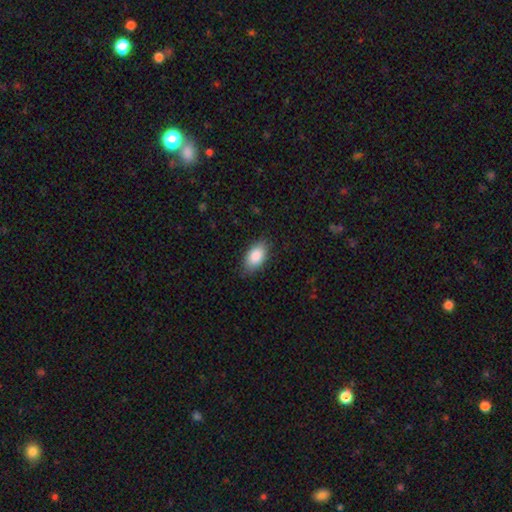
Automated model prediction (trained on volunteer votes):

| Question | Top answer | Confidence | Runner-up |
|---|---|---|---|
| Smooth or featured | smooth | 88% | star or artifact (6%) |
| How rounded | in between | 93% | round (4%) |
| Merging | none | 81% | minor disturbance (15%) |